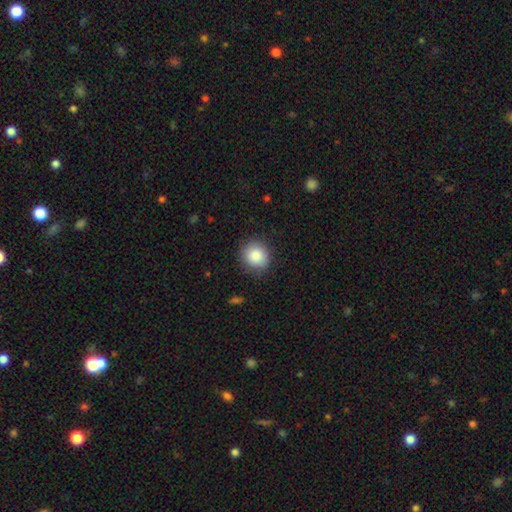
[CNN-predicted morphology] type=smooth (86%); roundness=round (86%); merging=none (87%).